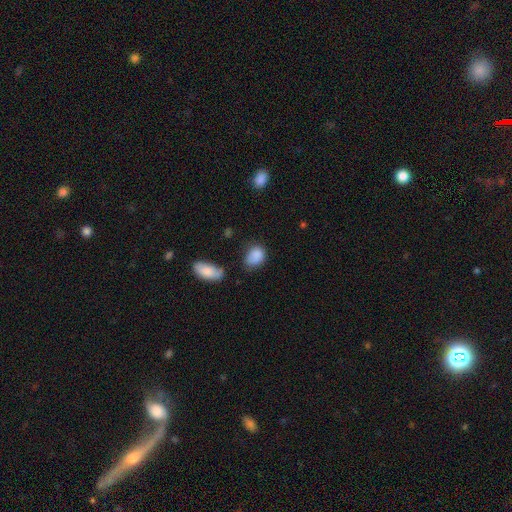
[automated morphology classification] This appears to be a smooth galaxy with no disk features (85%) that is in between round and cigar-shaped (71%). Merging: none (48%).